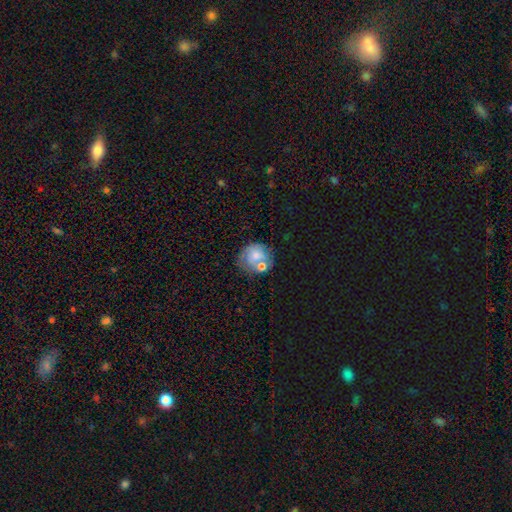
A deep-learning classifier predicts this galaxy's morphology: smooth_or_featured: smooth (p=0.52) [alt: featured or disk p=0.38]
how_rounded: round (p=0.76) [alt: in between p=0.23]
merging: none (p=0.46) [alt: merger p=0.24]